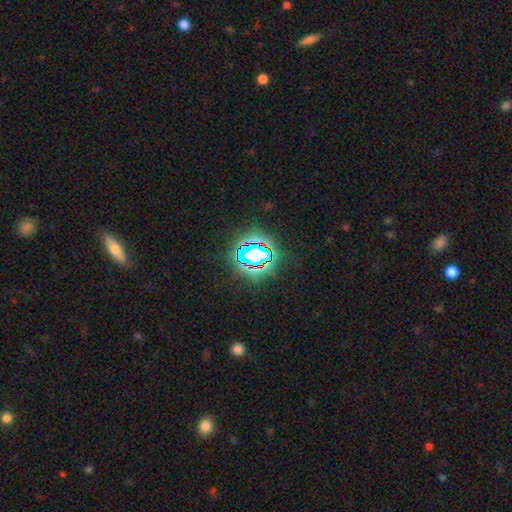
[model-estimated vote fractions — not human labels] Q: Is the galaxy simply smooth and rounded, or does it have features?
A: star or artifact — 70%.